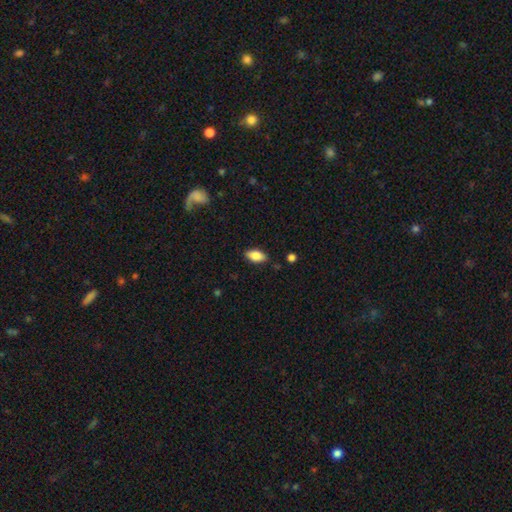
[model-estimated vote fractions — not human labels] smooth 85%, featured or disk 8%, star or artifact 7%. Down the decision tree: how rounded — in between (91%); merging — none (85%).